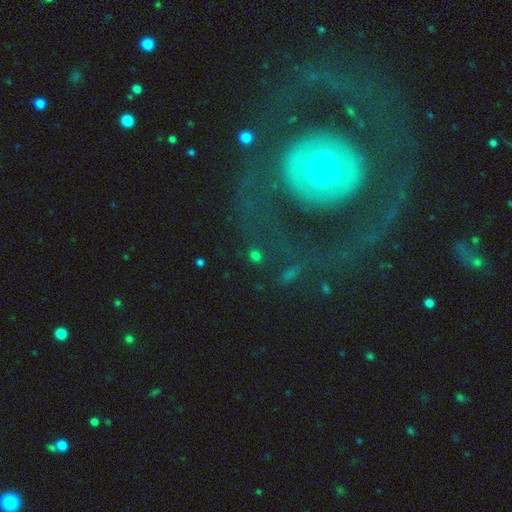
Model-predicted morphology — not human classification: Overall: smooth (60%; star or artifact 30%). How rounded: round (75%). Merging: none (73%).